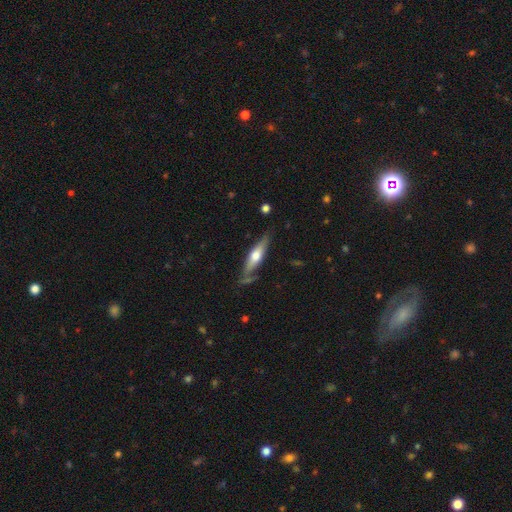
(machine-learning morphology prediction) Smooth or featured? featured or disk (53%)
Edge-on disk? yes (87%)
Merging? none (71%)